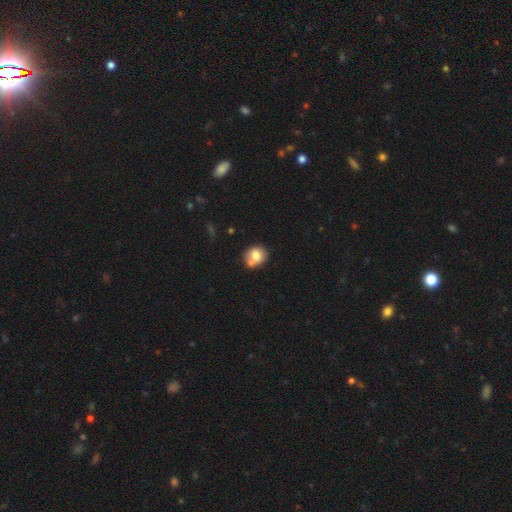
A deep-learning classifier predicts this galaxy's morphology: The model was most divided on "merging": none: 51%, merger: 32%, minor disturbance: 14%, major disturbance: 4%. More confident: smooth or featured — smooth (75%); how rounded — round (75%).